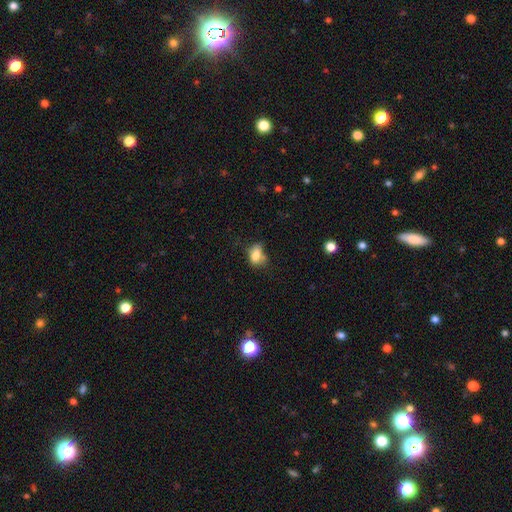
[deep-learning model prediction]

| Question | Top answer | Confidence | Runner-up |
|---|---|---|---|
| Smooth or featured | smooth | 75% | featured or disk (15%) |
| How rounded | in between | 75% | round (22%) |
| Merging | none | 38% | minor disturbance (31%) |